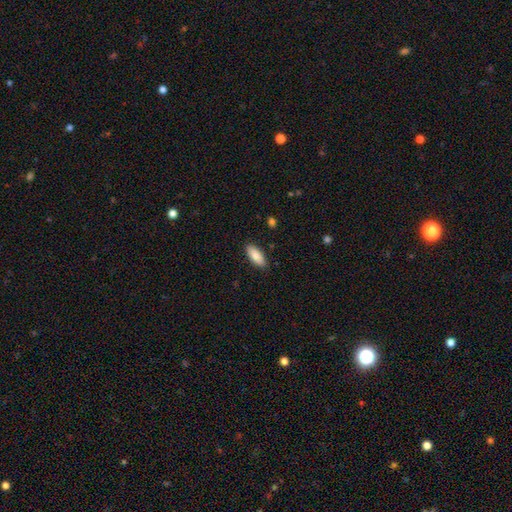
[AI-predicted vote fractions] Smooth or featured? Predicted: smooth (p=0.86). How rounded? Predicted: in between (p=0.82). Merging? Predicted: none (p=0.89).